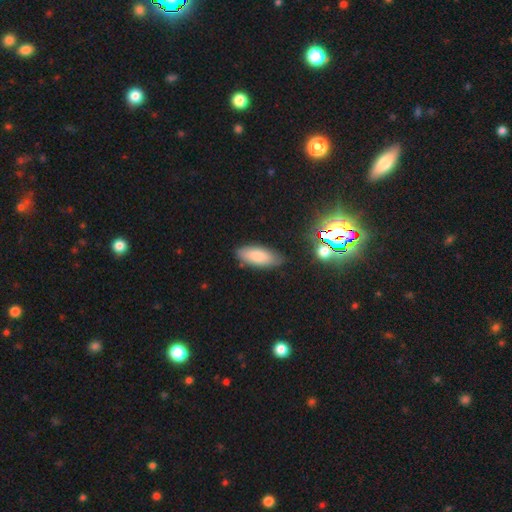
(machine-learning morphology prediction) The model was most divided on "how rounded": in between: 82%, cigar-shaped: 16%, round: 2%. More confident: merging — none (83%); smooth or featured — smooth (80%).